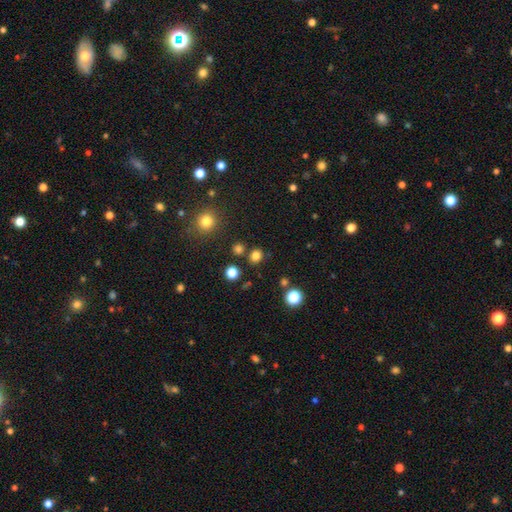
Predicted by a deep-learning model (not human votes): Q: Smooth or featured?
A: smooth (80%); runner-up: star or artifact (16%)
Q: How rounded?
A: round (80%); runner-up: in between (19%)
Q: Merging?
A: none (82%); runner-up: minor disturbance (8%)